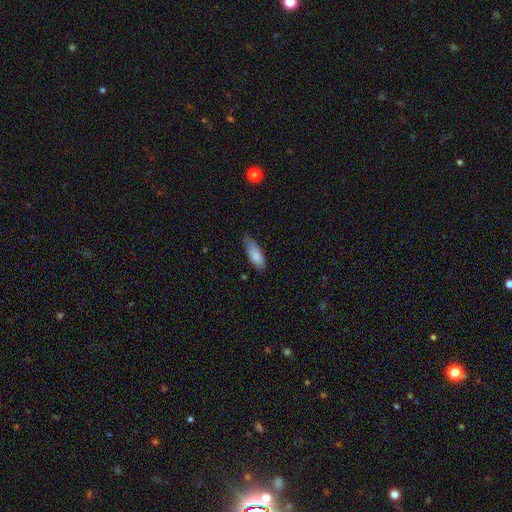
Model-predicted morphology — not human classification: This appears to be a smooth galaxy with no disk features (82%) that is in between round and cigar-shaped (72%). Merging: none (58%).